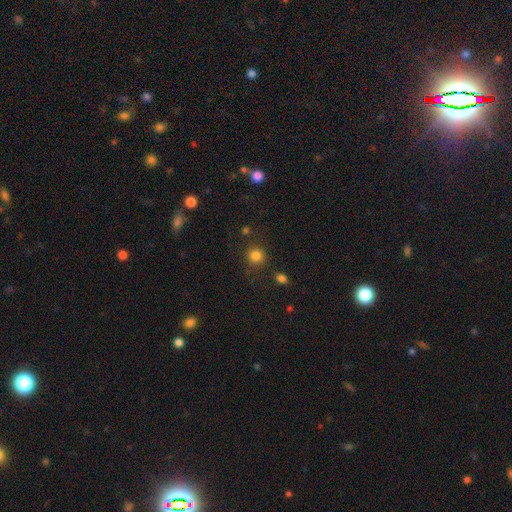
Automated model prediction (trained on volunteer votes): Smooth or featured? Predicted: smooth (p=0.82). How rounded? Predicted: round (p=0.91). Merging? Predicted: none (p=0.84).